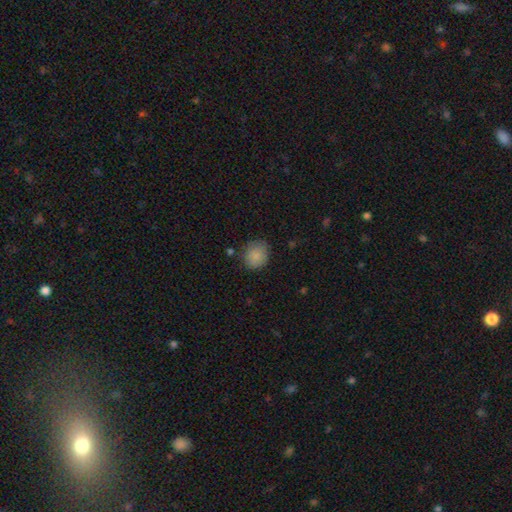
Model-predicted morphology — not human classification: Smooth or featured: smooth — 86% (star or artifact — 8%)
How rounded: round — 74% (in between — 25%)
Merging: none — 79% (minor disturbance — 15%)